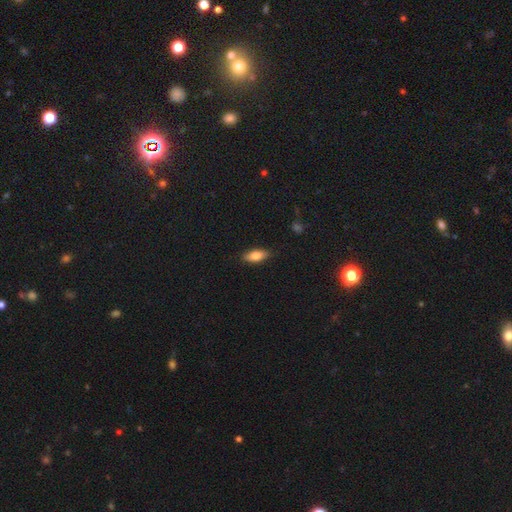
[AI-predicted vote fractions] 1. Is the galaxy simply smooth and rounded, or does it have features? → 80% smooth, 14% featured or disk, 7% star or artifact.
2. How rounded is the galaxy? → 78% in between, 19% cigar-shaped, 3% round.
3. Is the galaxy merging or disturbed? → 84% none, 13% minor disturbance, 2% major disturbance, 1% merger.